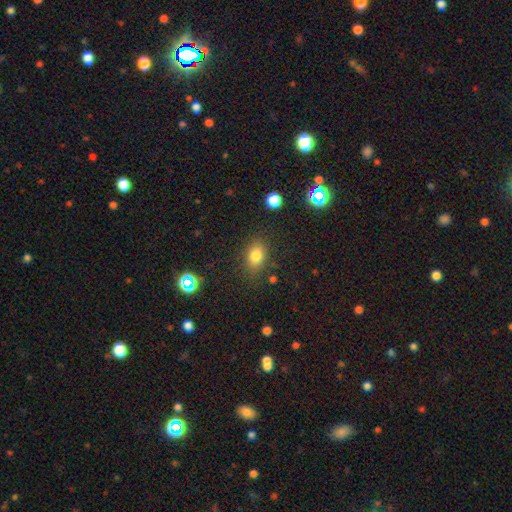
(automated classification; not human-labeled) Overall: smooth (79%). How rounded: in between (76%). Merging: none (82%).